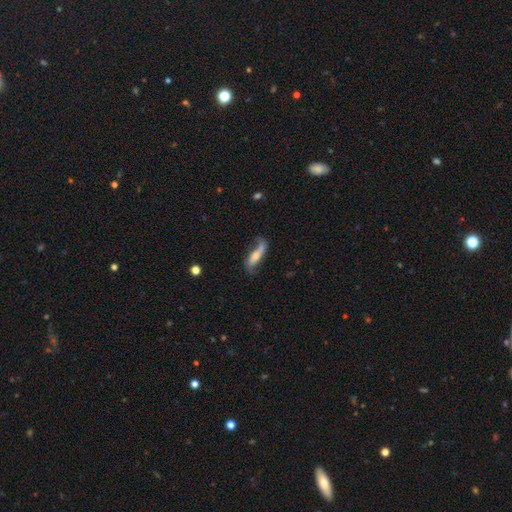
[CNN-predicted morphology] Overall: featured or disk (50%; smooth 43%). Merging: none (48%; minor disturbance 26%).